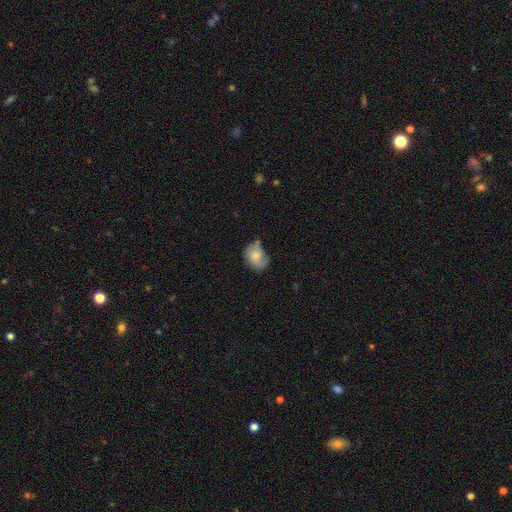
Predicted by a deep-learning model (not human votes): The model was most divided on "how rounded": in between: 53%, round: 46%, cigar-shaped: 1%. Remaining: smooth or featured — smooth (58%); merging — none (47%).